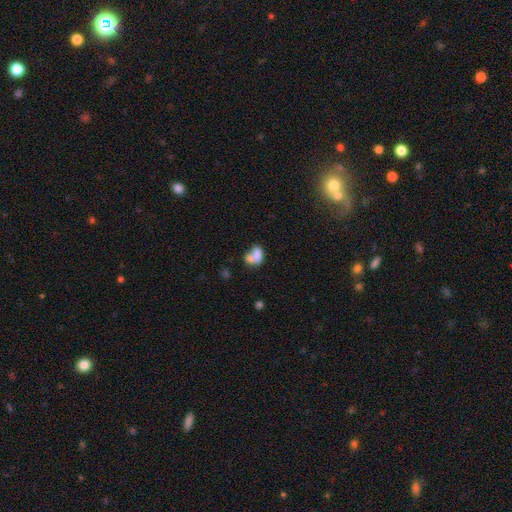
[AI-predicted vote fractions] smooth 71%, featured or disk 19%, star or artifact 10%. Down the decision tree: how rounded — in between (75%); merging — merger (61%).